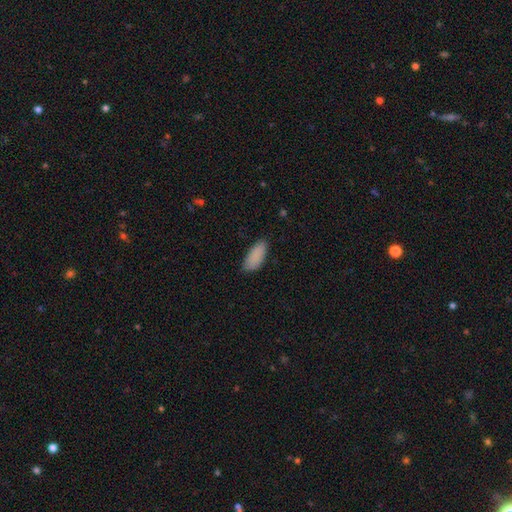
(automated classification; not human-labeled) Smooth or featured? Predicted: smooth (p=0.88). How rounded? Predicted: in between (p=0.84). Merging? Predicted: none (p=0.80).